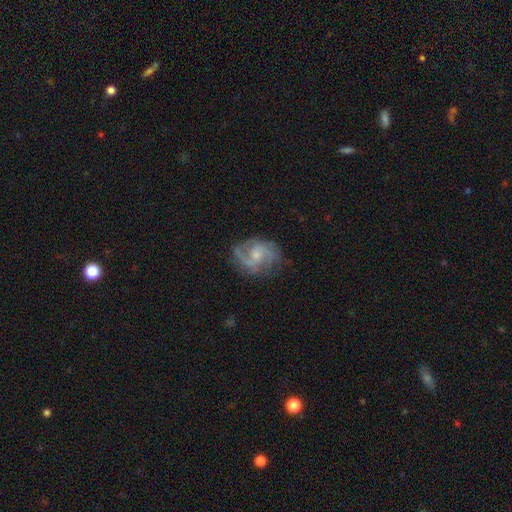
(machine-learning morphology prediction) The model was most divided on "bulge size": small: 51%, moderate: 40%, none: 6%, large: 2%, dominant: 1%. Remaining: edge-on disk — no (97%); spiral arms — yes (93%); smooth or featured — featured or disk (79%); merging — none (68%); spiral arm count — 2 (60%); bar — no (56%); spiral winding — medium (49%).